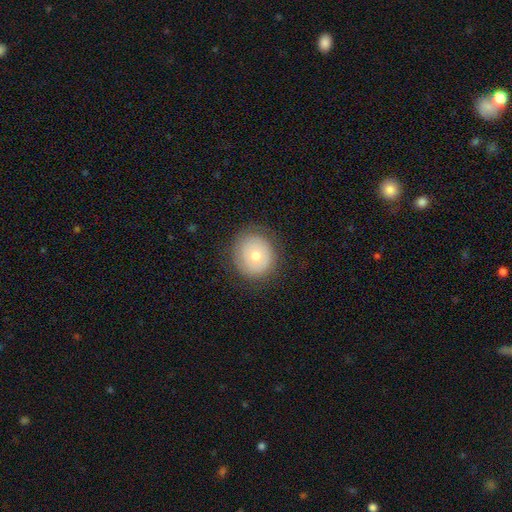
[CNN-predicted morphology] A smooth galaxy with no disk features (53%) that is round (86%).

Vote fractions:
- Smooth or featured? smooth: 53% / featured or disk: 39% / star or artifact: 9%
- How rounded? round: 86% / in between: 13% / cigar-shaped: 1%
- Merging? none: 81% / minor disturbance: 13% / major disturbance: 5% / merger: 1%